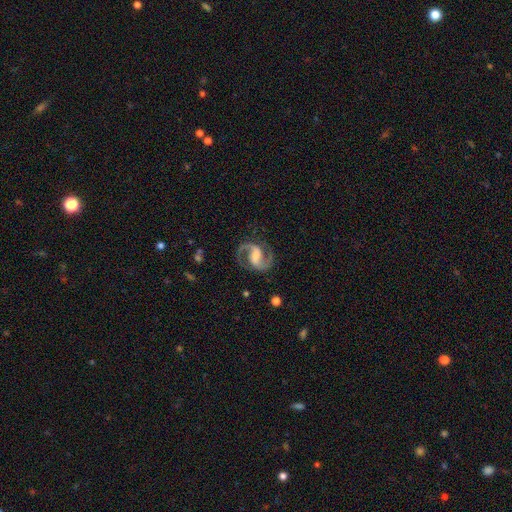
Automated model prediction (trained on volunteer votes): The model was most divided on "bulge size": moderate: 37%, small: 34%, none: 17%, large: 10%, dominant: 2%. Remaining: spiral arms — yes (98%); edge-on disk — no (98%); spiral arm count — 2 (94%); smooth or featured — featured or disk (93%); merging — none (83%); spiral winding — medium (65%); bar — weak (47%).